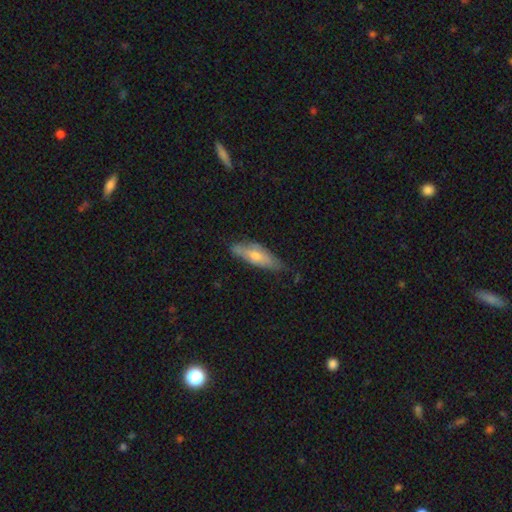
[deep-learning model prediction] Overall: smooth (53%; featured or disk 41%). How rounded: in between (50%; cigar-shaped 48%). Merging: none (66%; minor disturbance 27%).